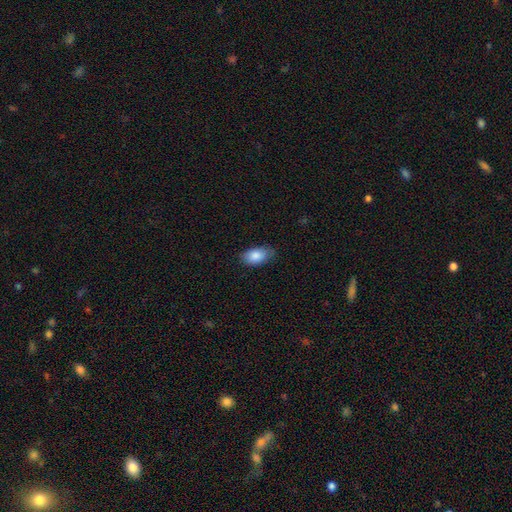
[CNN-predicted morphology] smooth-or-featured: smooth: 86% | featured or disk: 7% | star or artifact: 7%
  how-rounded: in between: 93% | round: 5% | cigar-shaped: 2%
  merging: none: 75% | minor disturbance: 21% | major disturbance: 3% | merger: 1%